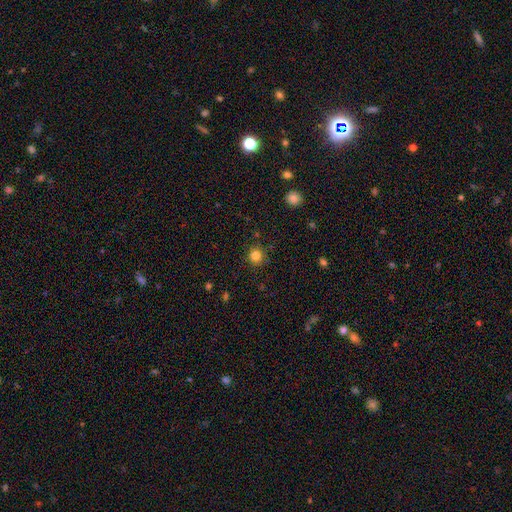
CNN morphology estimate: Smooth or featured: smooth — 82% (star or artifact — 13%)
How rounded: round — 92% (in between — 7%)
Merging: none — 88% (minor disturbance — 8%)